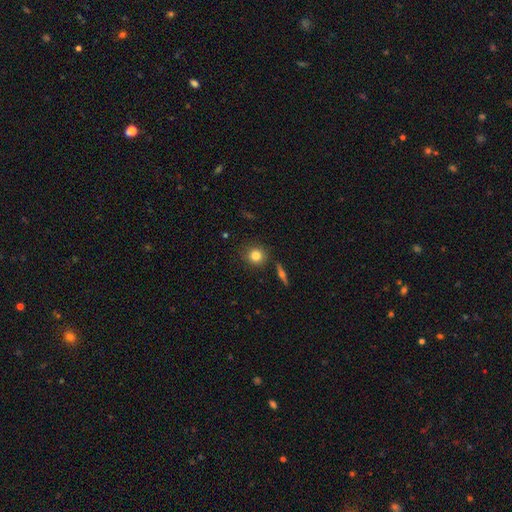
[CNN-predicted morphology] type=smooth (80%); roundness=round (89%); merging=none (86%).